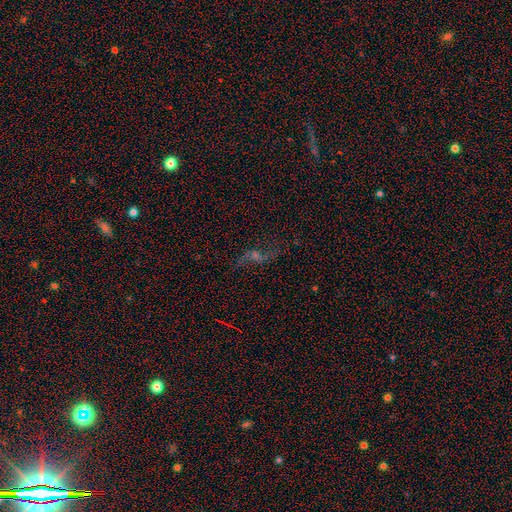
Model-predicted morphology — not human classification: type=featured or disk (64%); edge-on=no (87%); bar=no (56%); spiral arms=yes (88%); bulge=small (45%); merging=none (70%).